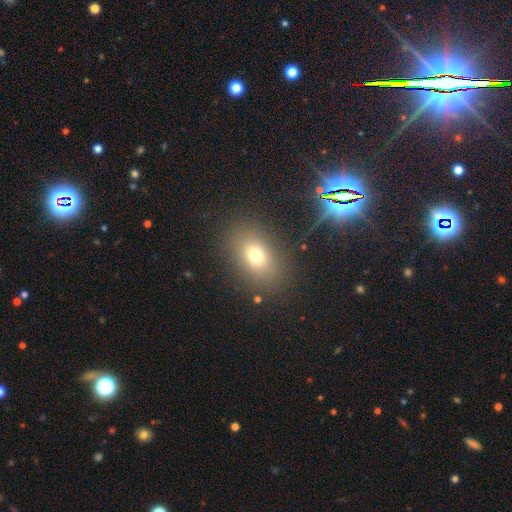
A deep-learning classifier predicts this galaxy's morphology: Smooth or featured?
  - smooth: 71% *
  - star or artifact: 16%
  - featured or disk: 13%
How rounded?
  - in between: 71% *
  - round: 27%
  - cigar-shaped: 1%
Merging?
  - none: 83% *
  - minor disturbance: 10%
  - major disturbance: 5%
  - merger: 2%